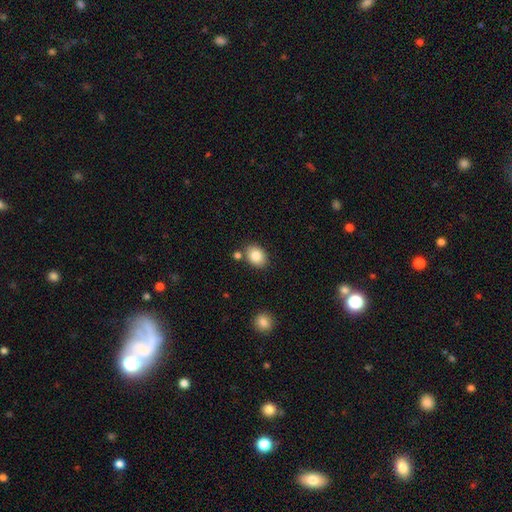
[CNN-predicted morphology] Smooth or featured: smooth — 84% (star or artifact — 8%)
How rounded: in between — 67% (round — 32%)
Merging: none — 79% (minor disturbance — 11%)